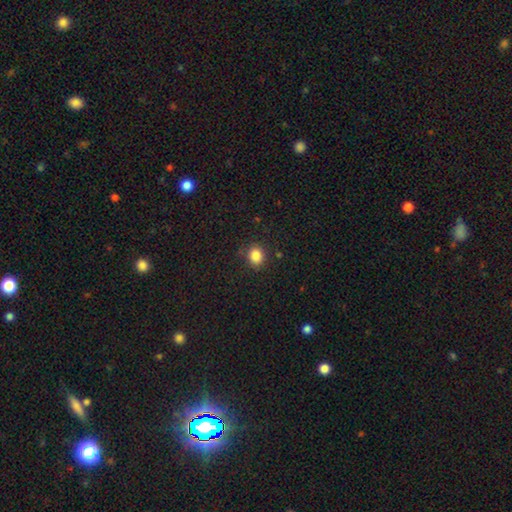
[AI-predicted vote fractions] smooth 85%, star or artifact 11%, featured or disk 4%. Down the decision tree: how rounded — round (63%); merging — none (85%).